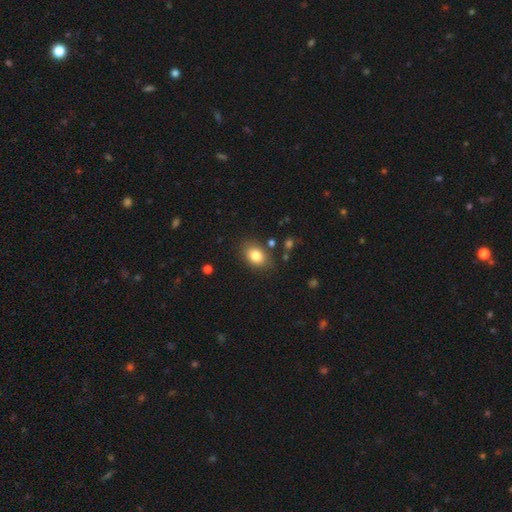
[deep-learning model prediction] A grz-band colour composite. It shows a smooth galaxy with no disk features (82%) that is in between round and cigar-shaped (76%). Merging: none (81%).